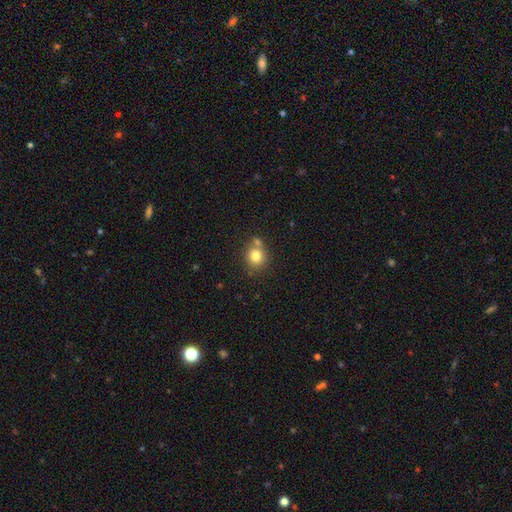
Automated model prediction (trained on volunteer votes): smooth-or-featured: smooth: 79% | star or artifact: 11% | featured or disk: 10%
  how-rounded: round: 83% | in between: 16% | cigar-shaped: 1%
  merging: none: 63% | merger: 23% | minor disturbance: 11% | major disturbance: 3%